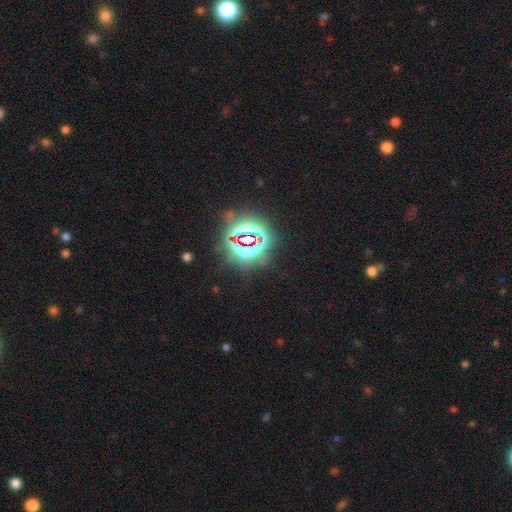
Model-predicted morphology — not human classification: smooth-or-featured: star or artifact: 82% | smooth: 11% | featured or disk: 7%